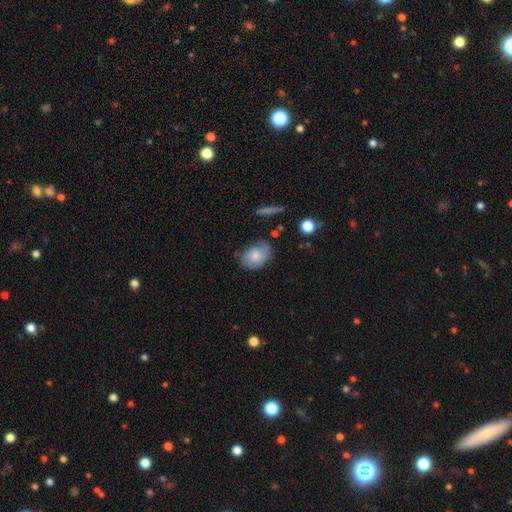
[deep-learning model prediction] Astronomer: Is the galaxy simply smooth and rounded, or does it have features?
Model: smooth — 72%.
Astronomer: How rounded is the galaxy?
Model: in between — 77%.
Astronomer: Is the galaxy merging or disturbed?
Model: none — 64%.